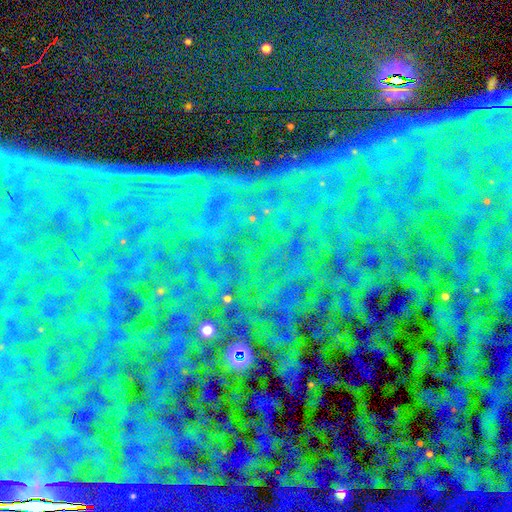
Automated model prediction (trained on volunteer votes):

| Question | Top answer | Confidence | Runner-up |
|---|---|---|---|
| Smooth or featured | star or artifact | 85% | smooth (8%) |